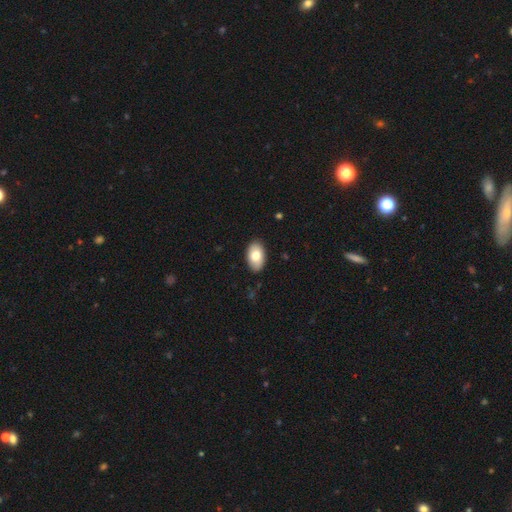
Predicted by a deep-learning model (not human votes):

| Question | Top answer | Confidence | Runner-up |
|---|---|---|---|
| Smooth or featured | smooth | 79% | featured or disk (15%) |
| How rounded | in between | 94% | round (5%) |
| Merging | none | 88% | minor disturbance (9%) |